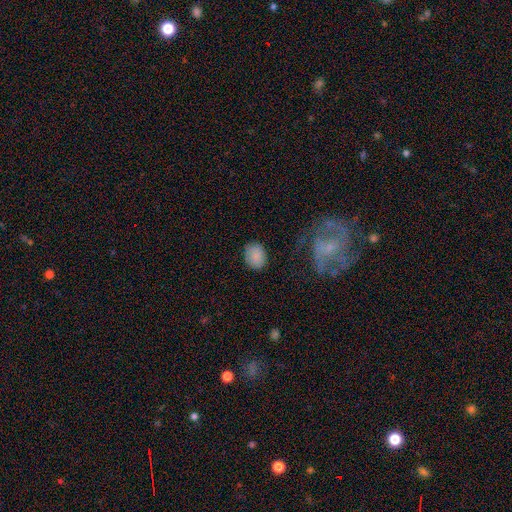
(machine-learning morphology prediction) The model was most divided on "how rounded": in between: 54%, round: 45%, cigar-shaped: 1%. More confident: smooth or featured — smooth (86%); merging — none (82%).